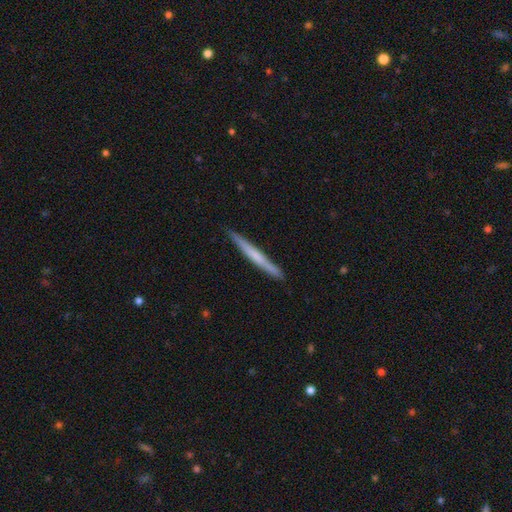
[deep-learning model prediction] A smooth galaxy with no disk features (50%).

Vote fractions:
- Smooth or featured? smooth: 50% / featured or disk: 45% / star or artifact: 5%
- Merging? none: 90% / minor disturbance: 8% / major disturbance: 1% / merger: 1%